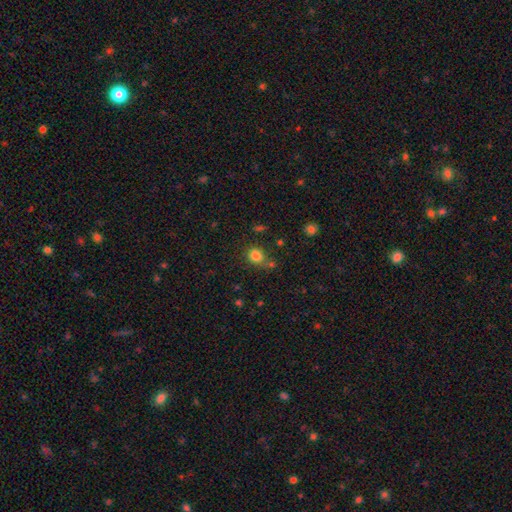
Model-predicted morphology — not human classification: Q: Smooth or featured?
A: smooth (82%); runner-up: star or artifact (13%)
Q: How rounded?
A: round (67%); runner-up: in between (32%)
Q: Merging?
A: none (65%); runner-up: minor disturbance (17%)